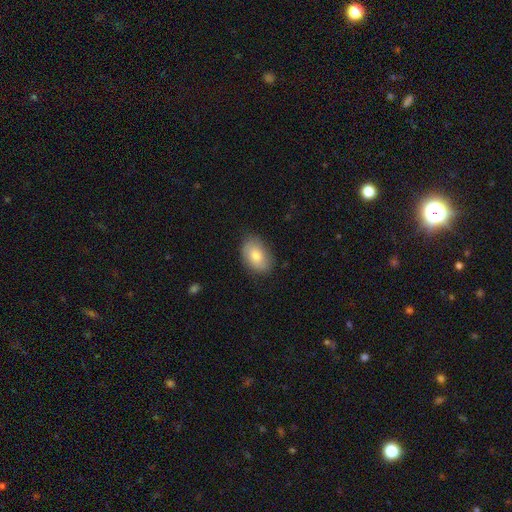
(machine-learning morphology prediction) This is likely a smooth galaxy (80%). How rounded: clearly in between (87%). Merging: clearly none (81%).